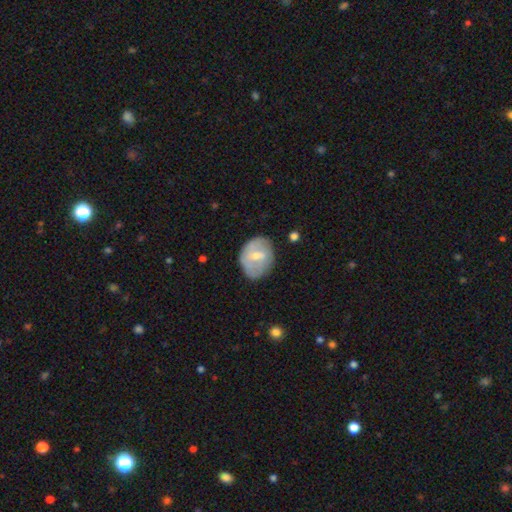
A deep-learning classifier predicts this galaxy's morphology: smooth_or_featured: smooth (p=0.48) [alt: featured or disk p=0.46]
merging: none (p=0.61) [alt: minor disturbance p=0.27]